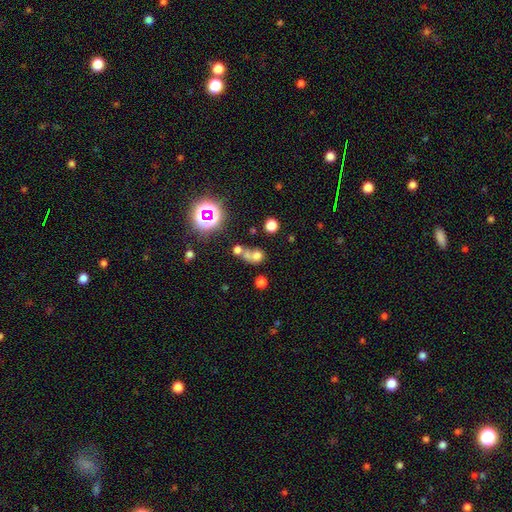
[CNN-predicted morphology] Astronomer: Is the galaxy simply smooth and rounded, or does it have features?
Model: smooth — 60%.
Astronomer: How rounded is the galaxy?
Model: round — 69%.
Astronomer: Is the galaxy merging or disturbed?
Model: merger — 49% (runner-up: none, 34%).